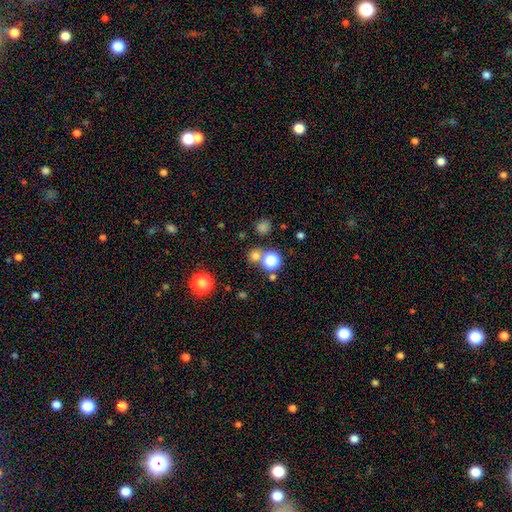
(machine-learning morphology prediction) Smooth or featured? smooth (68%)
How rounded? round (89%)
Merging? none (71%)